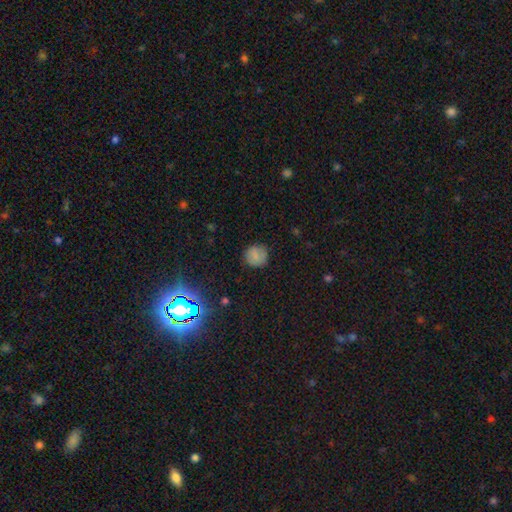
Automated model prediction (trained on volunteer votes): Q: Smooth or featured?
A: smooth (77%); runner-up: star or artifact (13%)
Q: How rounded?
A: round (88%); runner-up: in between (11%)
Q: Merging?
A: none (81%); runner-up: minor disturbance (14%)